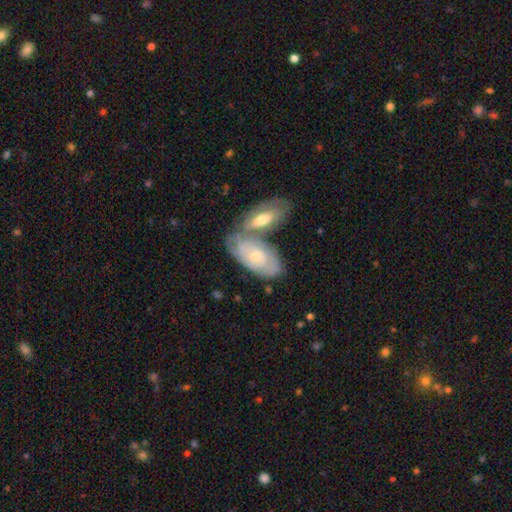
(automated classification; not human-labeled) Smooth or featured: featured or disk — 66% (smooth — 28%)
Edge-on disk: no — 90% (yes — 10%)
Bar: no — 73% (weak — 22%)
Spiral arms: yes — 80% (no — 20%)
Bulge size: small — 54% (moderate — 41%)
Merging: merger — 43% (none — 42%)